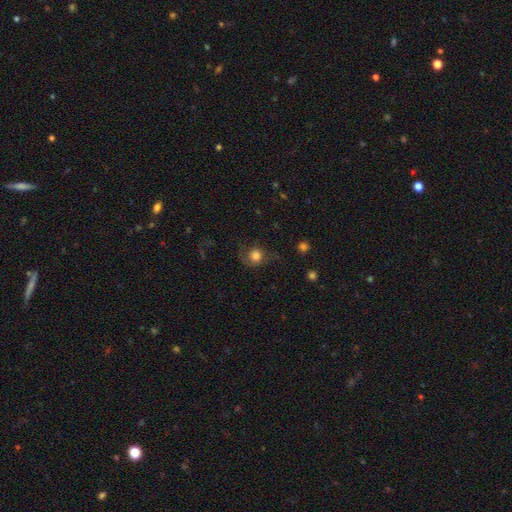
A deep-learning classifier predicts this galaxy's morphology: This appears to be a smooth galaxy with no disk features (73%) that is round (81%). Merging: none (53%).